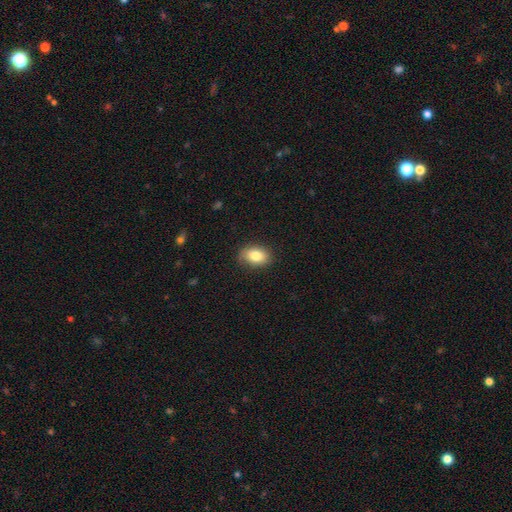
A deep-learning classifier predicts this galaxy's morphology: Q: Smooth or featured?
A: smooth (82%); runner-up: featured or disk (9%)
Q: How rounded?
A: in between (81%); runner-up: round (18%)
Q: Merging?
A: none (84%); runner-up: minor disturbance (12%)